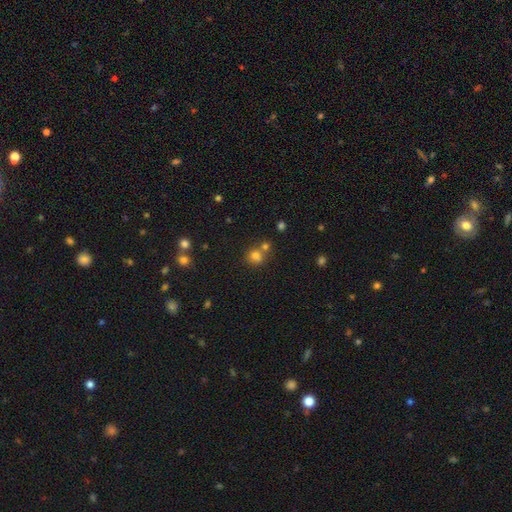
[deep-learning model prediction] smooth_or_featured: smooth (p=0.74) [alt: star or artifact p=0.18]
how_rounded: round (p=0.79) [alt: in between p=0.20]
merging: none (p=0.52) [alt: merger p=0.36]